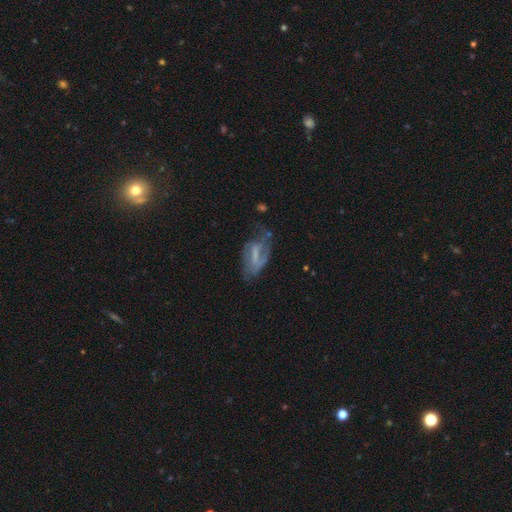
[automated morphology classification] A featured or disk galaxy (69%) with a weak bar (40%, tied with strong), spiral arms (78%) and no central bulge (48%). Merging: none (42%).